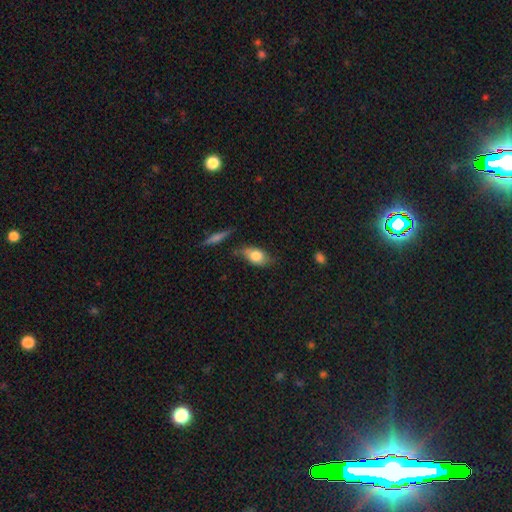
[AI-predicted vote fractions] Smooth or featured? Predicted: smooth (p=0.75). How rounded? Predicted: in between (p=0.82). Merging? Predicted: none (p=0.59).